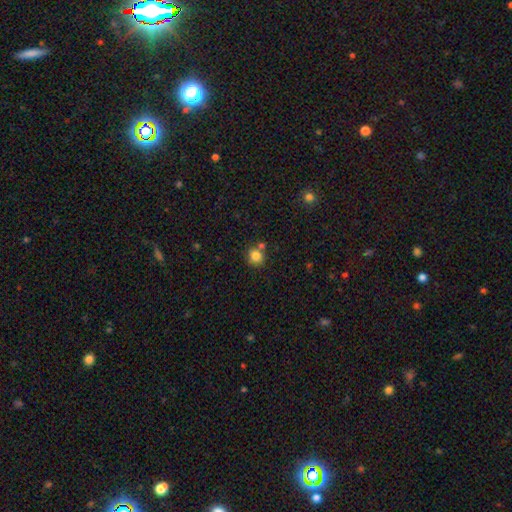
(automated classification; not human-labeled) smooth-or-featured: smooth: 82% | star or artifact: 11% | featured or disk: 7%
  how-rounded: round: 87% | in between: 12% | cigar-shaped: 1%
  merging: none: 67% | merger: 20% | minor disturbance: 10% | major disturbance: 3%